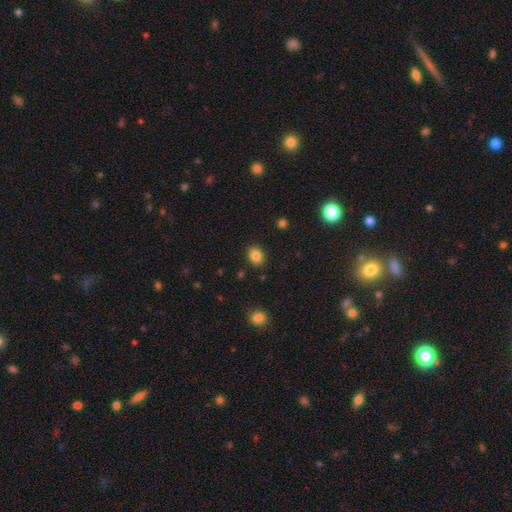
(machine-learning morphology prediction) Q: Smooth or featured?
A: smooth (84%); runner-up: star or artifact (10%)
Q: How rounded?
A: in between (56%); runner-up: round (43%)
Q: Merging?
A: none (87%); runner-up: minor disturbance (9%)